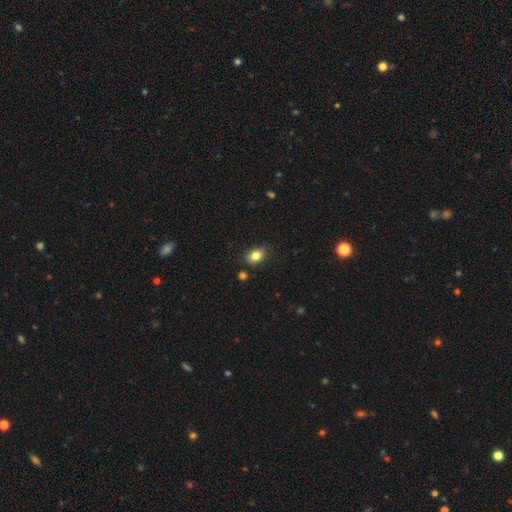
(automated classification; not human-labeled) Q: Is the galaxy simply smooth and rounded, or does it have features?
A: smooth — 83%.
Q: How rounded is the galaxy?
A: in between — 68%.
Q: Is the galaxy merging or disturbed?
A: none — 84%.